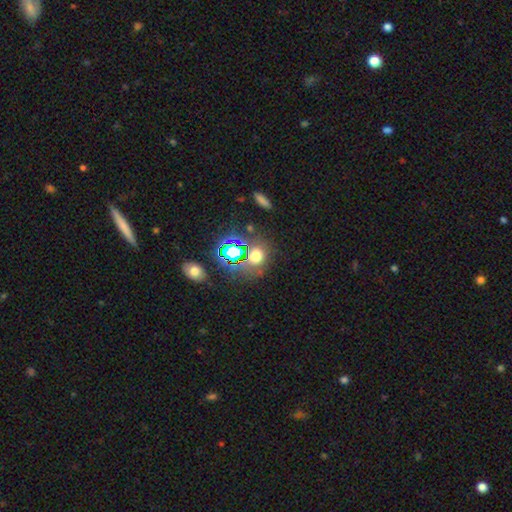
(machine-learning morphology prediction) smooth-or-featured: smooth: 54% | star or artifact: 38% | featured or disk: 8%
  how-rounded: round: 72% | in between: 27% | cigar-shaped: 1%
  merging: none: 70% | minor disturbance: 12% | merger: 11% | major disturbance: 6%